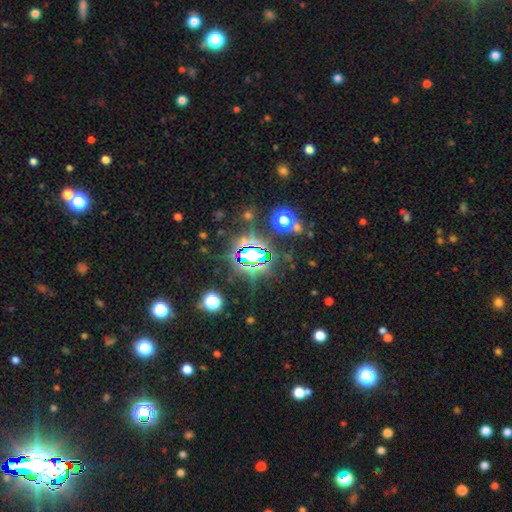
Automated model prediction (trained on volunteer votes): This is likely a star or artifact rather than a galaxy (75%).